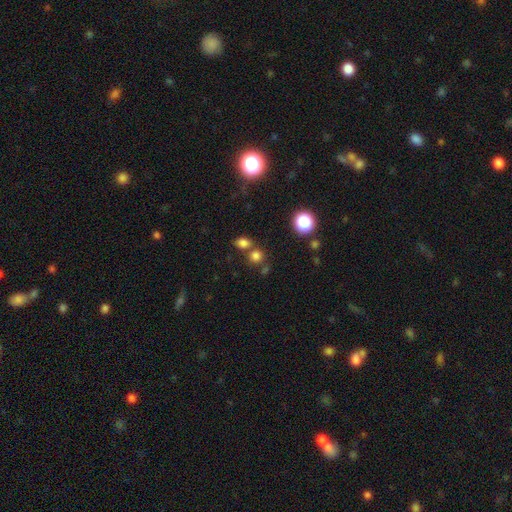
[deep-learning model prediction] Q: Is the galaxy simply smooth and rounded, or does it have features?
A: smooth — 75%.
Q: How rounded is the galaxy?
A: round — 82%.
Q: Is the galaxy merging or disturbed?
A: none — 63%.